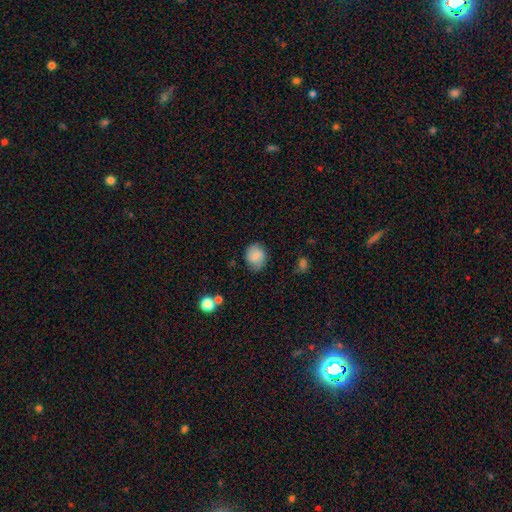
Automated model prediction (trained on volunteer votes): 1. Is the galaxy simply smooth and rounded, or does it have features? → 83% smooth, 9% featured or disk, 8% star or artifact.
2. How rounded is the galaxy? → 65% round, 34% in between, 1% cigar-shaped.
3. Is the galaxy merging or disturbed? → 80% none, 15% minor disturbance, 4% major disturbance, 2% merger.